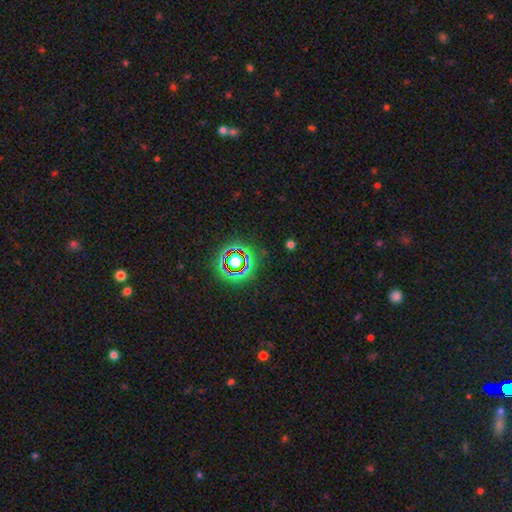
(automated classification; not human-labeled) Q: Smooth or featured?
A: star or artifact (53%); runner-up: smooth (31%)